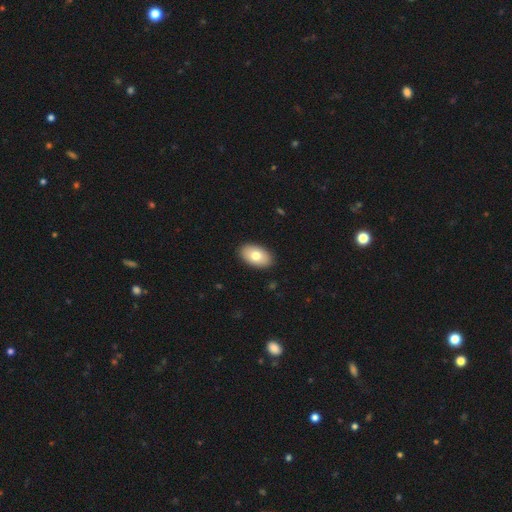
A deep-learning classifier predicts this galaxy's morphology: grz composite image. It shows a smooth galaxy with no disk features (76%) that is in between round and cigar-shaped (94%). Merging: none (90%).